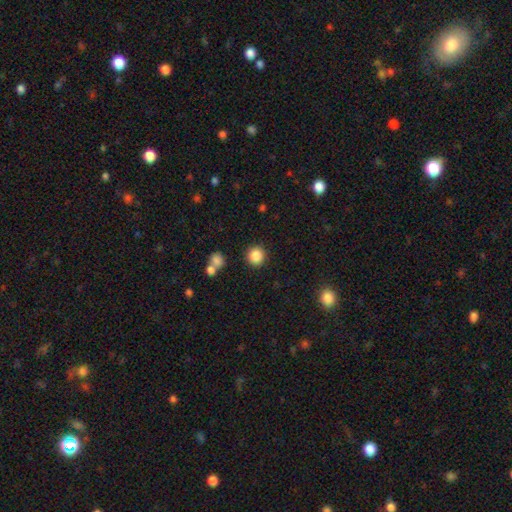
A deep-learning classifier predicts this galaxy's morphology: smooth_or_featured: smooth (p=0.86) [alt: star or artifact p=0.10]
how_rounded: round (p=0.91) [alt: in between p=0.08]
merging: none (p=0.87) [alt: minor disturbance p=0.07]